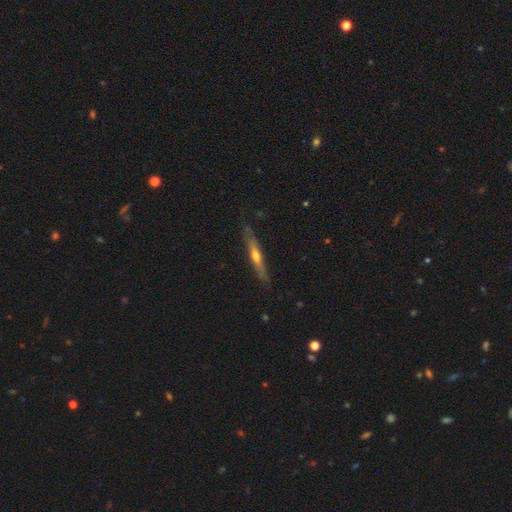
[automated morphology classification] The model was most divided on "smooth or featured": featured or disk: 53%, smooth: 41%, star or artifact: 6%. More confident: edge-on disk — yes (89%); merging — none (82%).